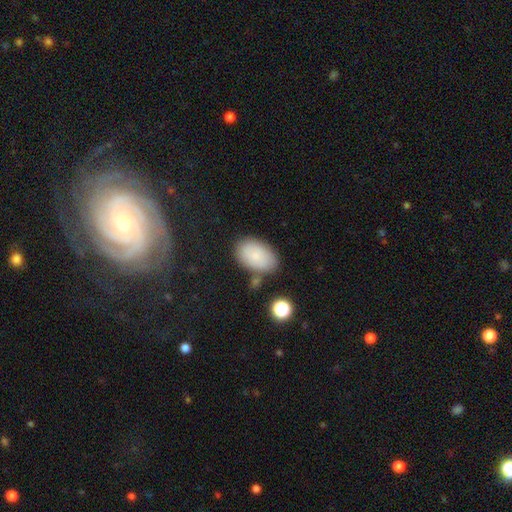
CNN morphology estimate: Smooth or featured? smooth (83%)
How rounded? in between (92%)
Merging? none (71%)